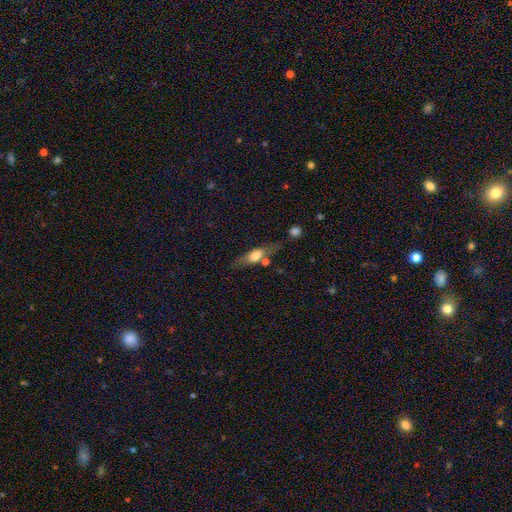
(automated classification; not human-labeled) smooth 52%, featured or disk 41%, star or artifact 7%. Down the decision tree: how rounded — in between (50%); merging — none (62%).